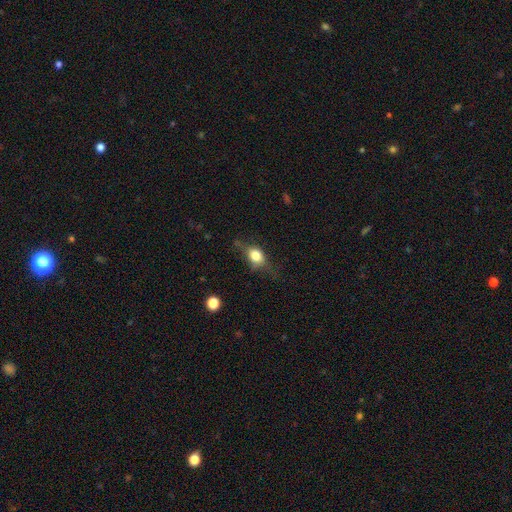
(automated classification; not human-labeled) Smooth or featured: smooth — 69% (featured or disk — 21%)
How rounded: in between — 59% (round — 36%)
Merging: none — 53% (minor disturbance — 30%)